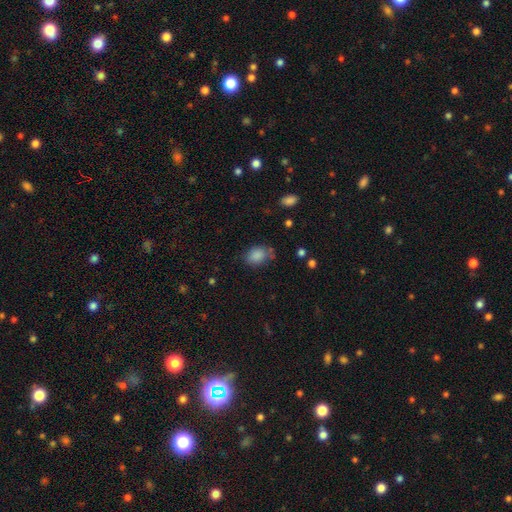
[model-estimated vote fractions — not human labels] A smooth galaxy with no disk features (86%) that is in between round and cigar-shaped (69%).

Vote fractions:
- Smooth or featured? smooth: 86% / star or artifact: 9% / featured or disk: 5%
- How rounded? in between: 69% / round: 30% / cigar-shaped: 1%
- Merging? none: 68% / minor disturbance: 21% / major disturbance: 6% / merger: 5%